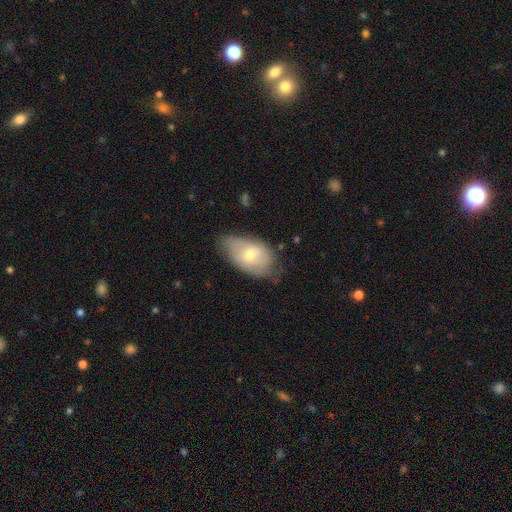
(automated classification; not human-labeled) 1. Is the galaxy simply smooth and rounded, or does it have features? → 57% smooth, 36% featured or disk, 7% star or artifact.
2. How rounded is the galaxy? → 89% in between, 9% round, 2% cigar-shaped.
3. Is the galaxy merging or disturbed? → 55% none, 34% minor disturbance, 10% major disturbance, 2% merger.